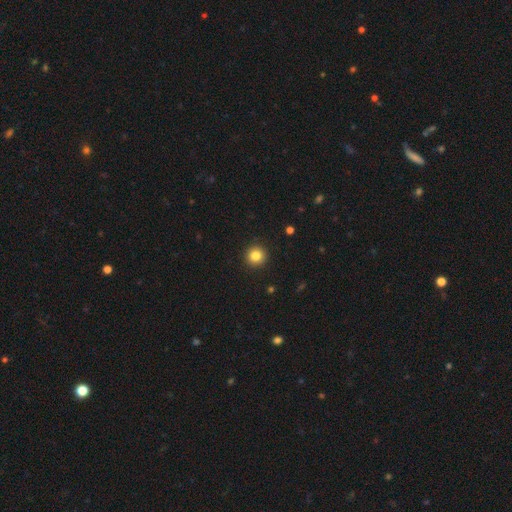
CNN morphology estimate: This is clearly a smooth galaxy (83%). How rounded: clearly round (95%). Merging: clearly none (93%).